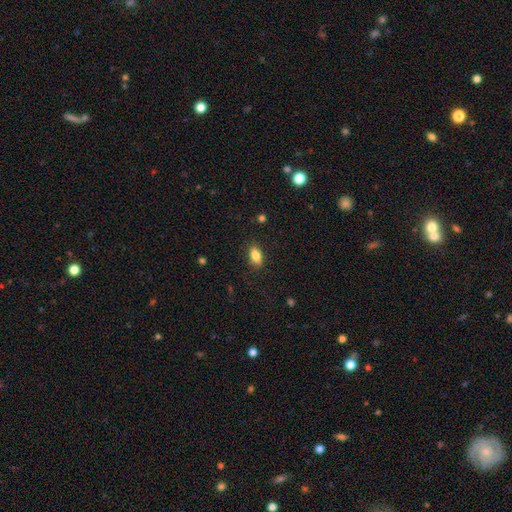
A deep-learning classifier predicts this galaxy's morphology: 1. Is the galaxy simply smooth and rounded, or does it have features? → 82% smooth, 9% featured or disk, 8% star or artifact.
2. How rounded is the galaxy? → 88% in between, 7% cigar-shaped, 6% round.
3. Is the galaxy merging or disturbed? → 85% none, 11% minor disturbance, 3% major disturbance, 1% merger.